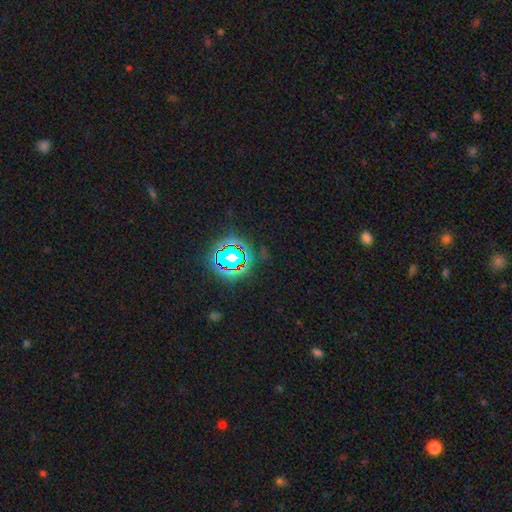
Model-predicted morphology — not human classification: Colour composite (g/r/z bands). It shows a star or artifact, not a galaxy (81%).